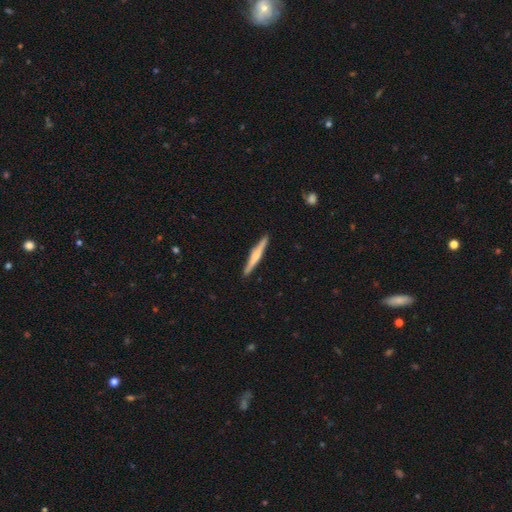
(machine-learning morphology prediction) This is possibly a featured or disk galaxy (56%). It is clearly viewed edge-on (98%). Edge-on bulge: likely rounded (60%). Merging: clearly none (91%).